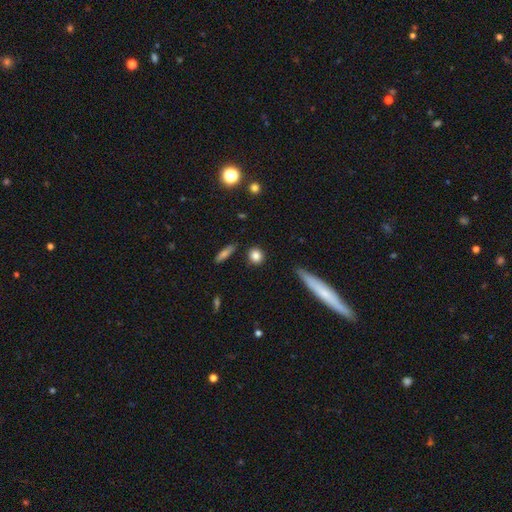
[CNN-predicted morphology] Smooth or featured: smooth — 84% (star or artifact — 9%)
How rounded: round — 78% (in between — 17%)
Merging: none — 87% (minor disturbance — 8%)